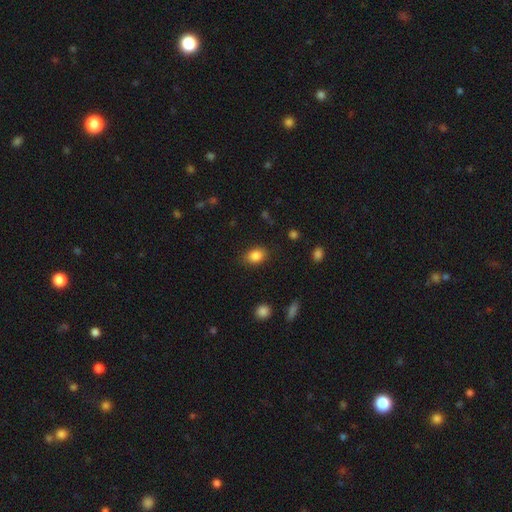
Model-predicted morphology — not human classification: This is clearly a smooth galaxy (85%). How rounded: likely in between (73%). Merging: clearly none (84%).